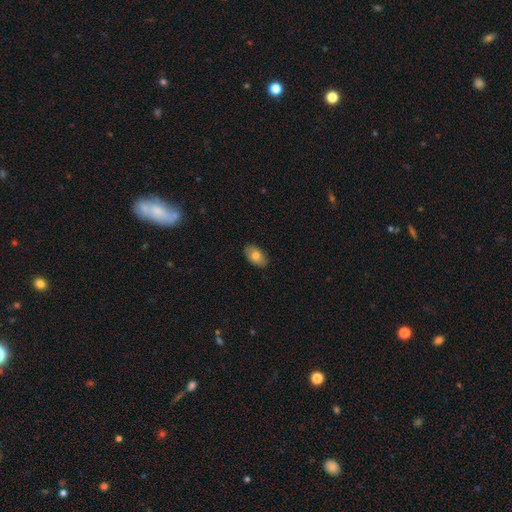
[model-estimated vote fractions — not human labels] Smooth or featured: smooth — 77% (featured or disk — 16%)
How rounded: in between — 92% (round — 6%)
Merging: none — 86% (minor disturbance — 11%)